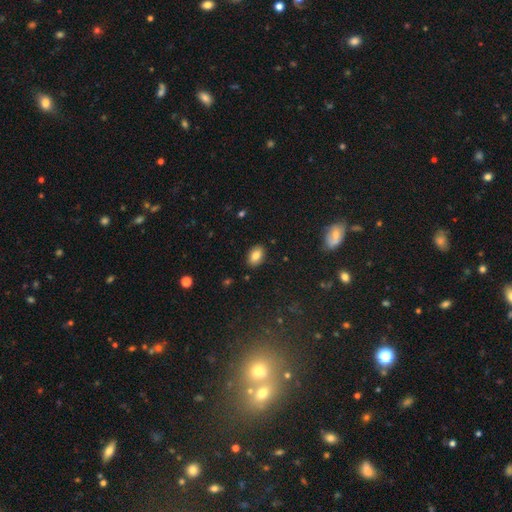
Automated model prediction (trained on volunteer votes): A smooth galaxy with no disk features (81%) that is in between round and cigar-shaped (88%). Merging: none (87%).